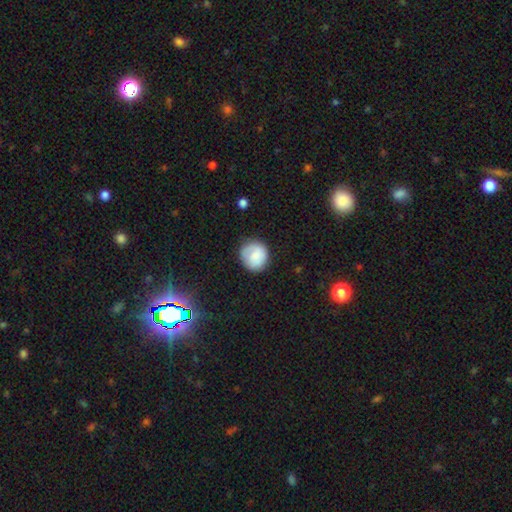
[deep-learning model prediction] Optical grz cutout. It shows a smooth galaxy with no disk features (75%) that is round (88%). Merging: none (77%).